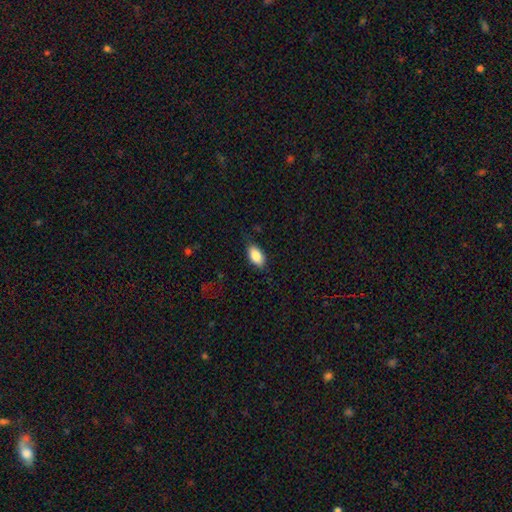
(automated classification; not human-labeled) smooth_or_featured: smooth (p=0.85) [alt: featured or disk p=0.08]
how_rounded: in between (p=0.92) [alt: cigar-shaped p=0.04]
merging: none (p=0.80) [alt: minor disturbance p=0.15]